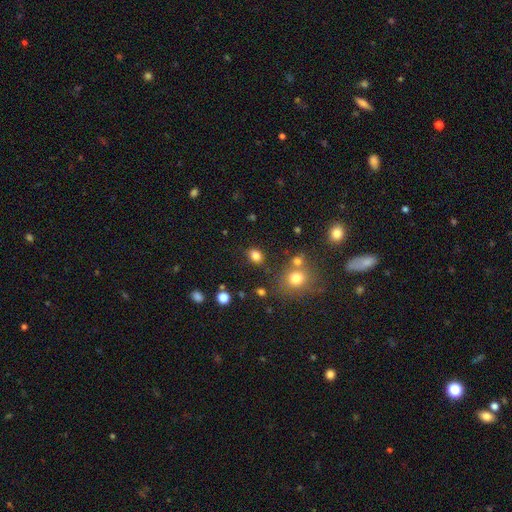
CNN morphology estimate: A smooth galaxy with no disk features (81%) that is in between round and cigar-shaped (53%). Merging: none (79%).